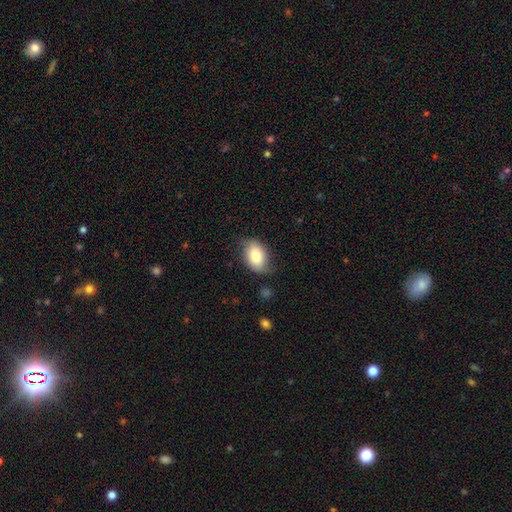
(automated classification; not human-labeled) smooth 76%, featured or disk 16%, star or artifact 7%. Down the decision tree: how rounded — in between (86%); merging — none (64%).